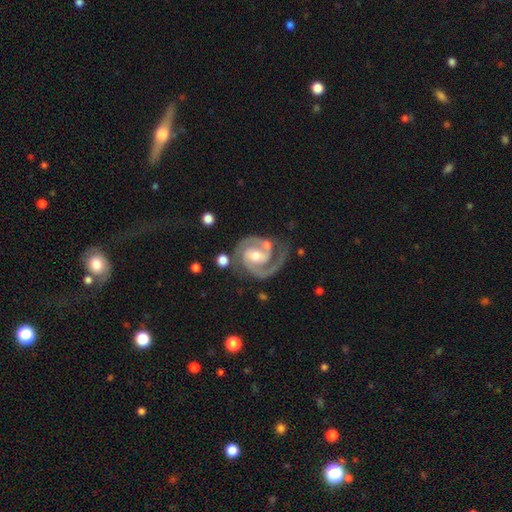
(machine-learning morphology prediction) A featured or disk galaxy (92%) with a weak bar (42%), 2 (88%) tight (53%) spiral arms (98%) and a moderate central bulge (64%).

Vote fractions:
- Smooth or featured? featured or disk: 92% / smooth: 4% / star or artifact: 4%
- Edge-on disk? no: 98% / yes: 2%
- Bar? weak: 42% / no: 36% / strong: 21%
- Spiral arms? yes: 98% / no: 2%
- Spiral winding? tight: 53% / medium: 41% / loose: 5%
- Spiral arm count? 2: 88% / 1: 4% / 3: 4% / can't tell: 2% / 4: 1% / more than 4: 1%
- Bulge size? moderate: 64% / small: 30% / large: 4% / none: 1% / dominant: 1%
- Merging? none: 67% / minor disturbance: 17% / merger: 8% / major disturbance: 8%